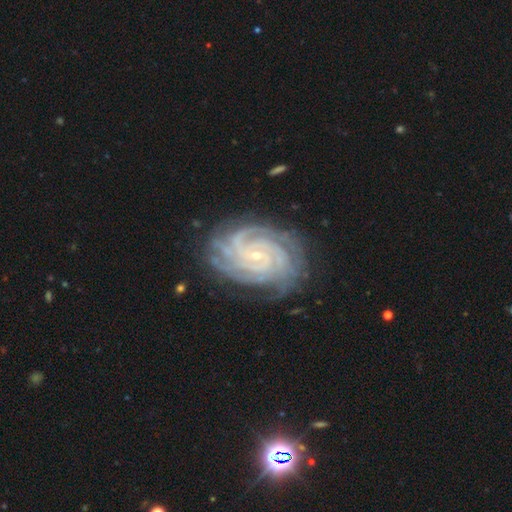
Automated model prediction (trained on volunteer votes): A featured or disk galaxy (91%) with no bar (61%), 4 (29%) tight (83%) spiral arms (99%) and a small central bulge (86%). Merging: none (81%).